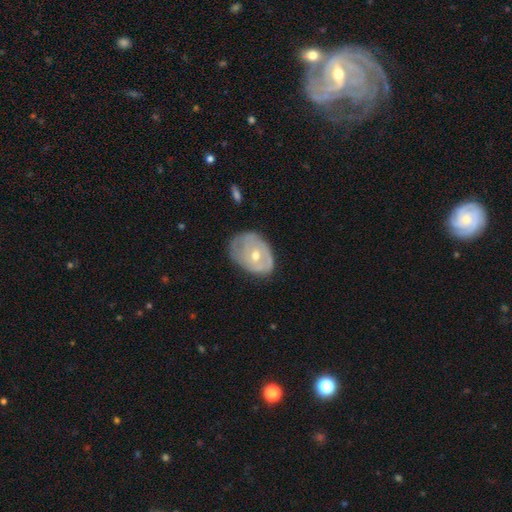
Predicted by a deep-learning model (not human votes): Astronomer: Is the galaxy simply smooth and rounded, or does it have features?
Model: featured or disk — 64%.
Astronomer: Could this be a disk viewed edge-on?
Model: no — 95%.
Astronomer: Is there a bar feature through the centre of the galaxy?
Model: no — 76%.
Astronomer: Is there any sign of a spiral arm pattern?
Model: yes — 57% (runner-up: no, 43%).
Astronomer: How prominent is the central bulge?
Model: moderate — 57% (runner-up: small, 40%).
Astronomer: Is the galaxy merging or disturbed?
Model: none — 54% (runner-up: minor disturbance, 32%).